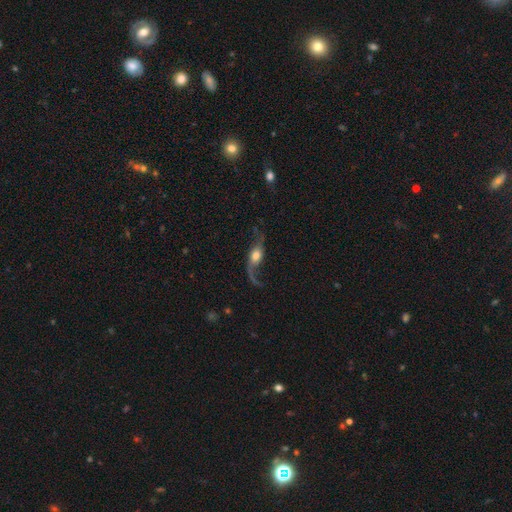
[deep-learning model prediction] smooth-or-featured: featured or disk: 79% | smooth: 15% | star or artifact: 7%
  disk-edge-on: no: 87% | yes: 13%
    bar: no: 62% | weak: 27% | strong: 11%
    has-spiral-arms: yes: 93% | no: 7%
      spiral-winding: loose: 91% | medium: 7% | tight: 2%
      spiral-arm-count: 2: 87% | 1: 8% | can't tell: 2% | 3: 1% | 4: 1% | more than 4: 1%
    bulge-size: moderate: 57% | large: 20% | small: 15% | dominant: 4% | none: 3%
  merging: none: 58% | major disturbance: 21% | minor disturbance: 18% | merger: 3%